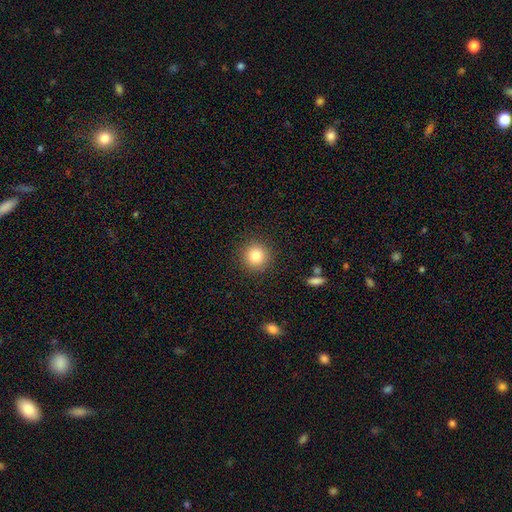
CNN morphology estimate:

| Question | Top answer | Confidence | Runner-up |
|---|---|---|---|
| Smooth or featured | smooth | 83% | star or artifact (10%) |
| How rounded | round | 94% | in between (5%) |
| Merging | none | 90% | minor disturbance (6%) |